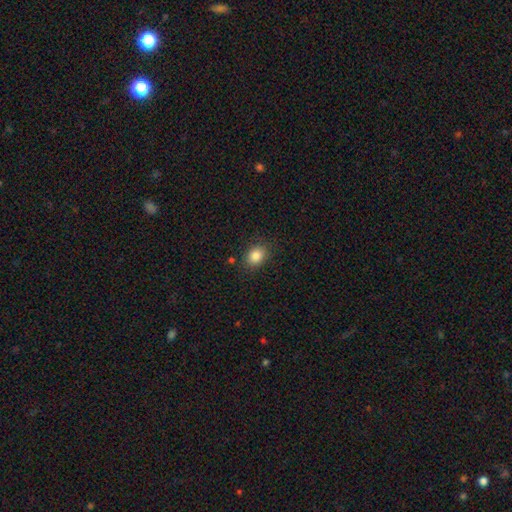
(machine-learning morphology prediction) smooth_or_featured: smooth (p=0.85) [alt: star or artifact p=0.10]
how_rounded: in between (p=0.60) [alt: round p=0.39]
merging: none (p=0.84) [alt: minor disturbance p=0.11]